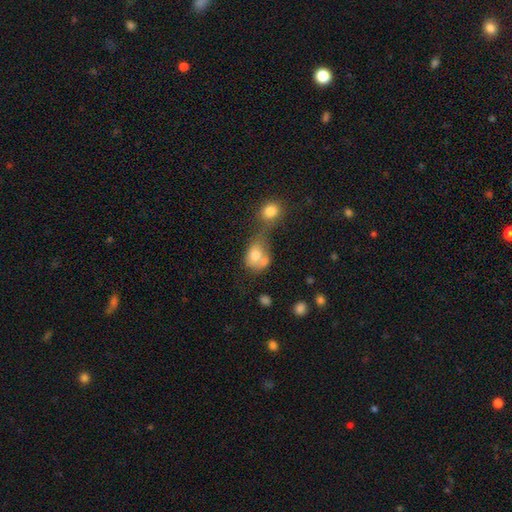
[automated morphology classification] type=smooth (73%); roundness=in between (52%); merging=merger (60%).